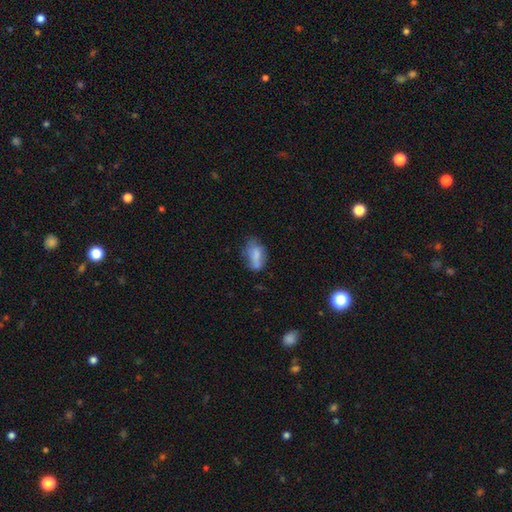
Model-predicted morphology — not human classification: type=smooth (71%); roundness=in between (84%); merging=none (45%).